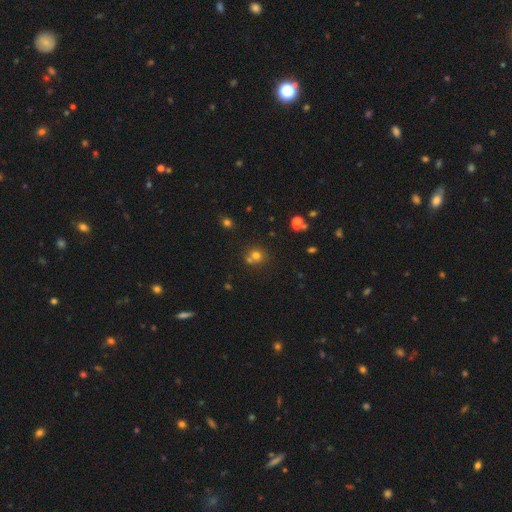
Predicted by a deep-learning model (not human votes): This is likely a smooth galaxy (70%). How rounded: clearly round (87%). Merging: possibly none (60%).